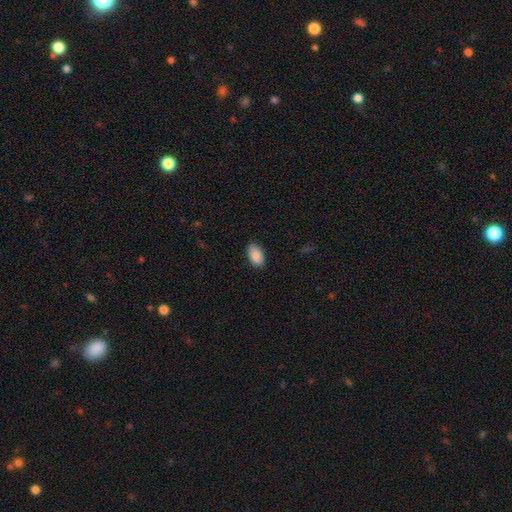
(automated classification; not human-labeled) smooth_or_featured: smooth (p=0.90) [alt: star or artifact p=0.06]
how_rounded: in between (p=0.94) [alt: round p=0.04]
merging: none (p=0.87) [alt: minor disturbance p=0.10]